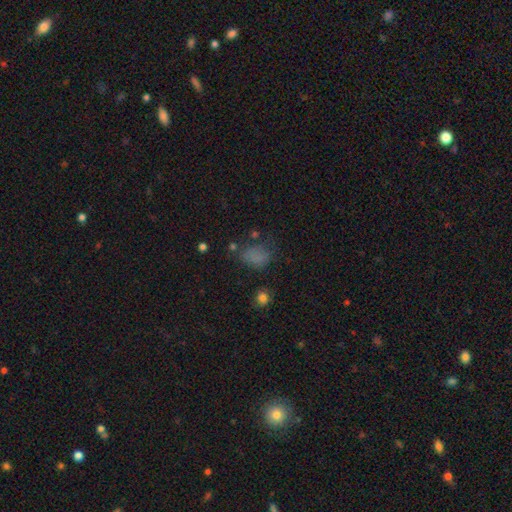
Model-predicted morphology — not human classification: Smooth or featured? smooth (70%)
How rounded? in between (72%)
Merging? none (49%)